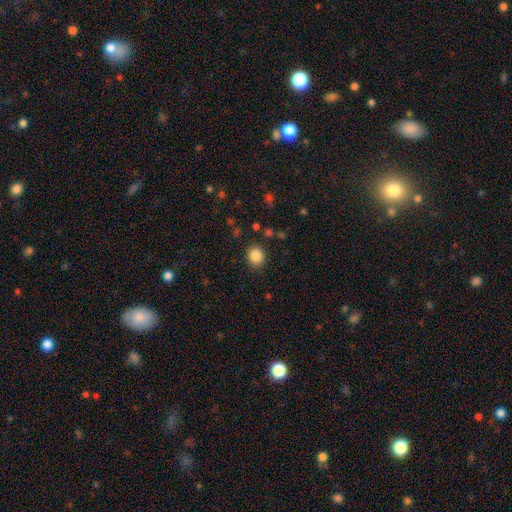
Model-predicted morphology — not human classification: A smooth galaxy with no disk features (85%) that is round (75%). Merging: none (88%).